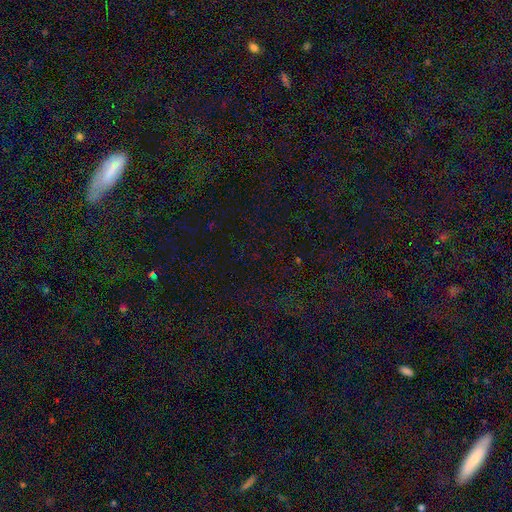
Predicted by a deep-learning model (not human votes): This is likely a star or artifact rather than a galaxy (74%).